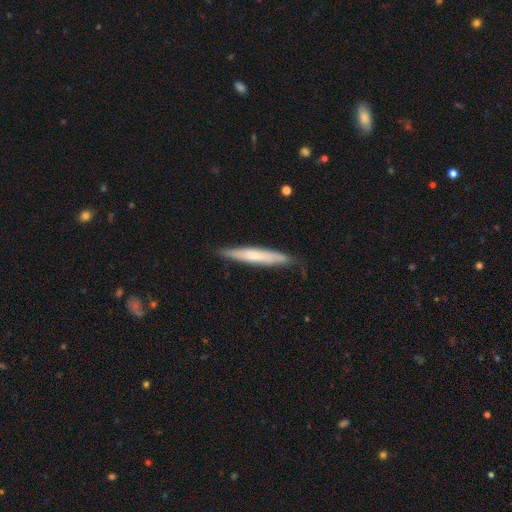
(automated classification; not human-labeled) Overall: smooth (52%; featured or disk 43%). How rounded: cigar-shaped (93%). Merging: none (80%).